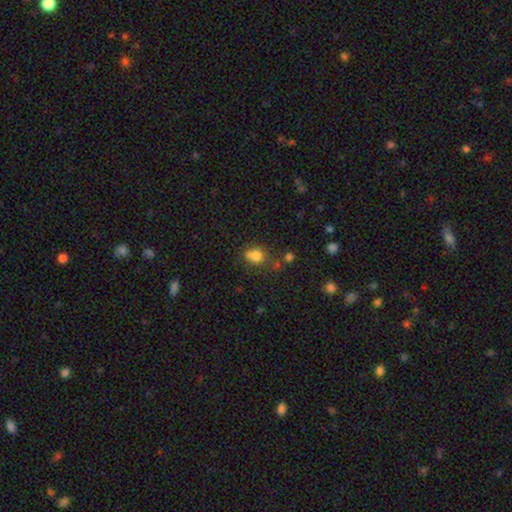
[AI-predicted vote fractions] Smooth or featured?
  - smooth: 77% *
  - star or artifact: 14%
  - featured or disk: 9%
How rounded?
  - round: 56% *
  - in between: 43%
  - cigar-shaped: 1%
Merging?
  - none: 48% *
  - merger: 23%
  - minor disturbance: 20%
  - major disturbance: 9%